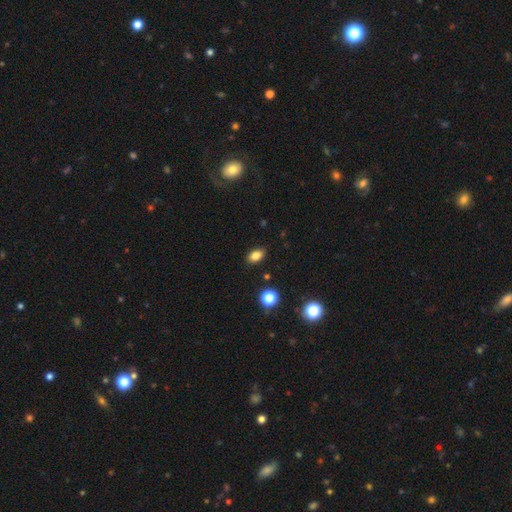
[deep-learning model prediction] Smooth or featured? Predicted: smooth (p=0.83). How rounded? Predicted: in between (p=0.86). Merging? Predicted: none (p=0.87).